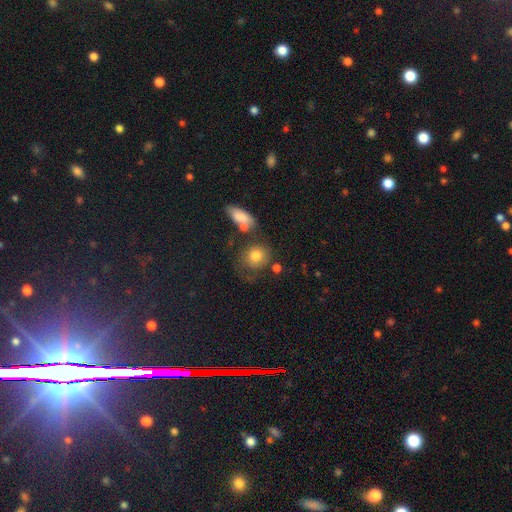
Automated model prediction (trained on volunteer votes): Morphology: type=smooth (74%); roundness=round (67%); merging=none (49%).